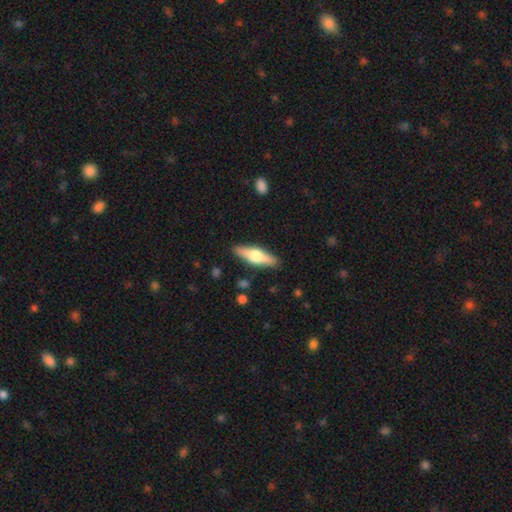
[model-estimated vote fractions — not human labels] featured or disk 52%, smooth 42%, star or artifact 6%. Down the decision tree: edge-on disk — yes (93%); merging — none (88%).